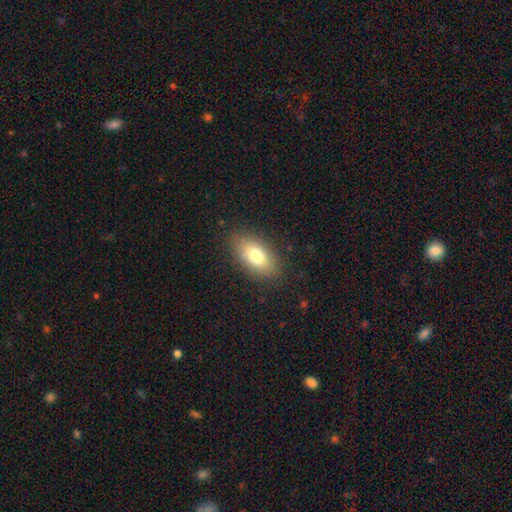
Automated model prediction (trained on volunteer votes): smooth-or-featured: smooth: 76% | featured or disk: 16% | star or artifact: 9%
  how-rounded: in between: 88% | round: 6% | cigar-shaped: 6%
  merging: none: 86% | minor disturbance: 10% | major disturbance: 3% | merger: 1%